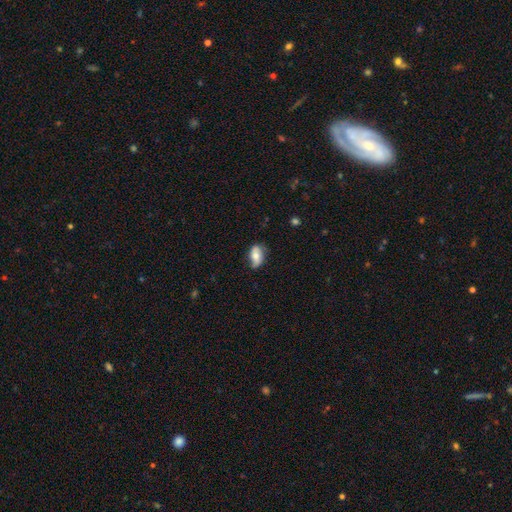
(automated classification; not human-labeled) Smooth or featured? smooth (60%)
How rounded? in between (90%)
Merging? none (66%)